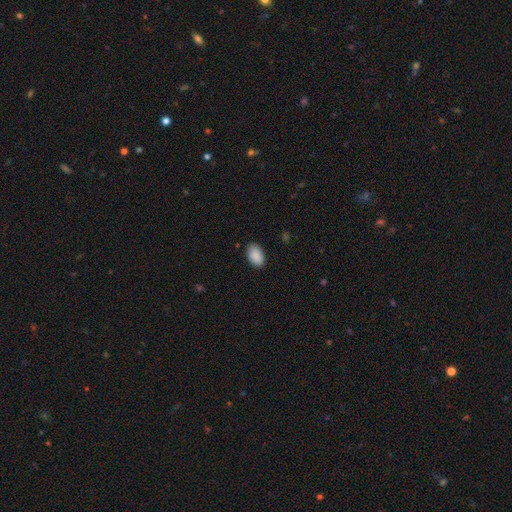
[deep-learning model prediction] Smooth or featured? smooth (90%)
How rounded? in between (93%)
Merging? none (85%)